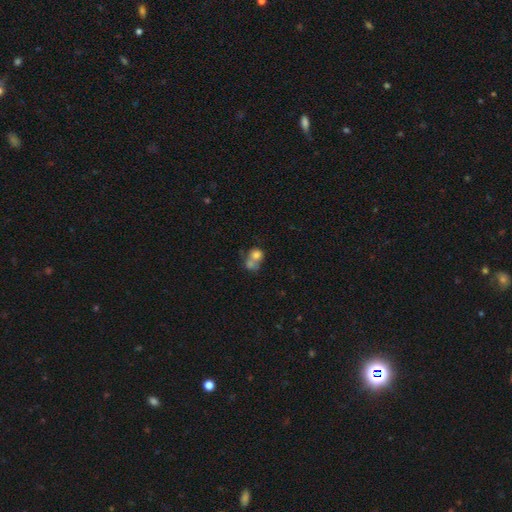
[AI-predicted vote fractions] smooth_or_featured: smooth (p=0.71) [alt: featured or disk p=0.18]
how_rounded: round (p=0.64) [alt: in between p=0.35]
merging: merger (p=0.62) [alt: none p=0.23]